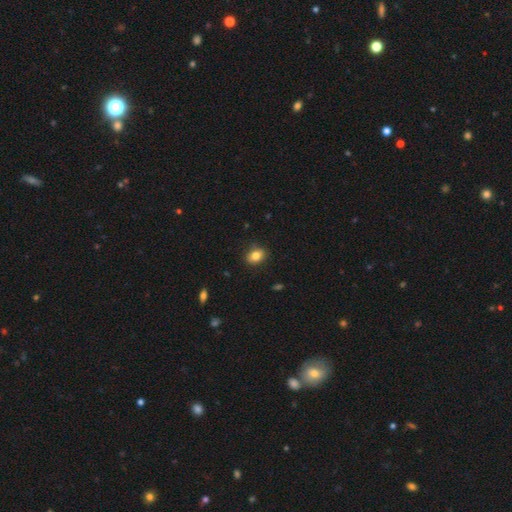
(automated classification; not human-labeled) smooth-or-featured: smooth: 82% | star or artifact: 9% | featured or disk: 8%
  how-rounded: in between: 65% | round: 34% | cigar-shaped: 1%
  merging: none: 85% | minor disturbance: 11% | major disturbance: 2% | merger: 1%